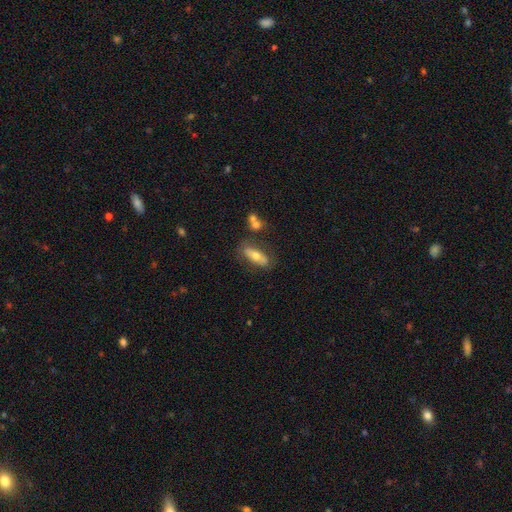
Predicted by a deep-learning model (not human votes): A smooth galaxy with no disk features (54%) that is in between round and cigar-shaped (62%).

Vote fractions:
- Smooth or featured? smooth: 54% / featured or disk: 38% / star or artifact: 8%
- How rounded? in between: 62% / cigar-shaped: 35% / round: 3%
- Merging? none: 69% / minor disturbance: 16% / merger: 8% / major disturbance: 6%